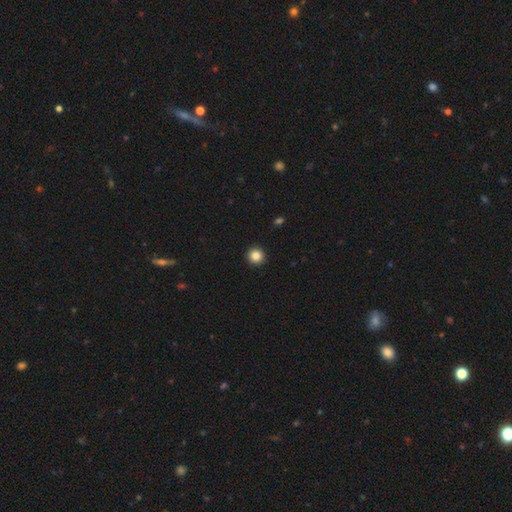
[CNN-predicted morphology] A smooth galaxy with no disk features (85%) that is round (95%).

Vote fractions:
- Smooth or featured? smooth: 85% / star or artifact: 10% / featured or disk: 4%
- How rounded? round: 95% / in between: 4% / cigar-shaped: 1%
- Merging? none: 93% / minor disturbance: 4% / major disturbance: 1% / merger: 1%